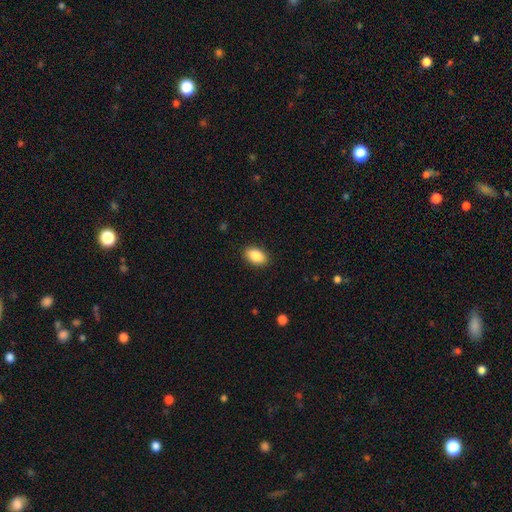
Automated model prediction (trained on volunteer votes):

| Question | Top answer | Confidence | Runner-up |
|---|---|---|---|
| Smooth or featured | smooth | 88% | star or artifact (7%) |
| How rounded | in between | 90% | round (8%) |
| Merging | none | 88% | minor disturbance (8%) |